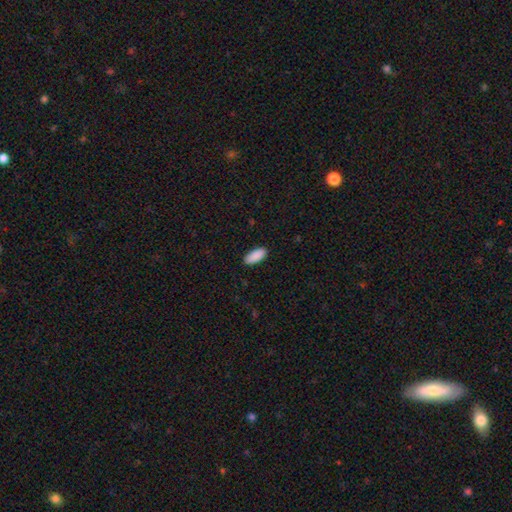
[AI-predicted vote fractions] smooth-or-featured: smooth: 91% | star or artifact: 6% | featured or disk: 3%
  how-rounded: in between: 86% | cigar-shaped: 12% | round: 2%
  merging: none: 90% | minor disturbance: 8% | major disturbance: 2% | merger: 1%